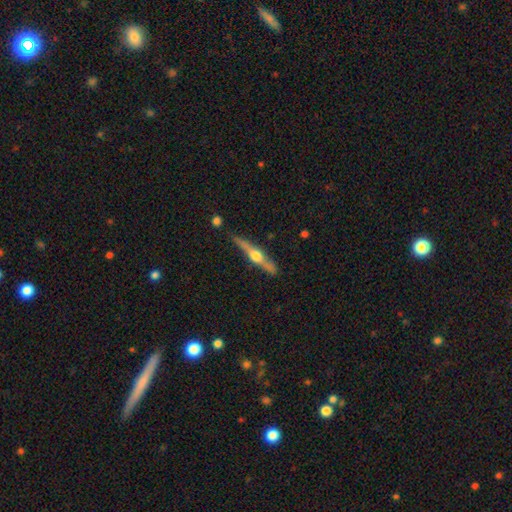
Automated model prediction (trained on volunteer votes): Q: Smooth or featured?
A: featured or disk (74%); runner-up: smooth (21%)
Q: Edge-on disk?
A: yes (97%); runner-up: no (3%)
Q: Edge-on bulge?
A: rounded (93%); runner-up: boxy (4%)
Q: Merging?
A: none (80%); runner-up: minor disturbance (14%)